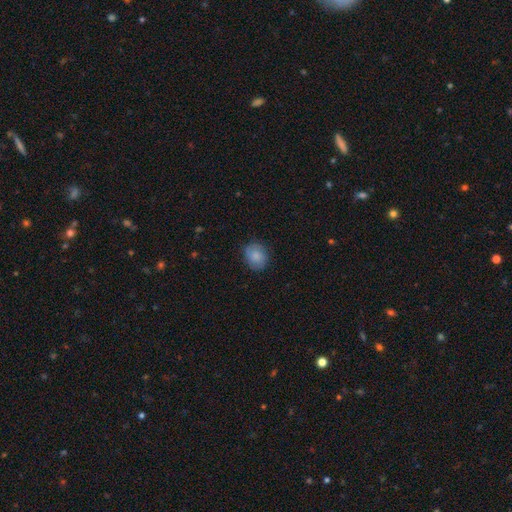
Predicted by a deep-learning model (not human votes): Q: Smooth or featured?
A: smooth (83%); runner-up: featured or disk (10%)
Q: How rounded?
A: round (64%); runner-up: in between (35%)
Q: Merging?
A: none (82%); runner-up: minor disturbance (13%)